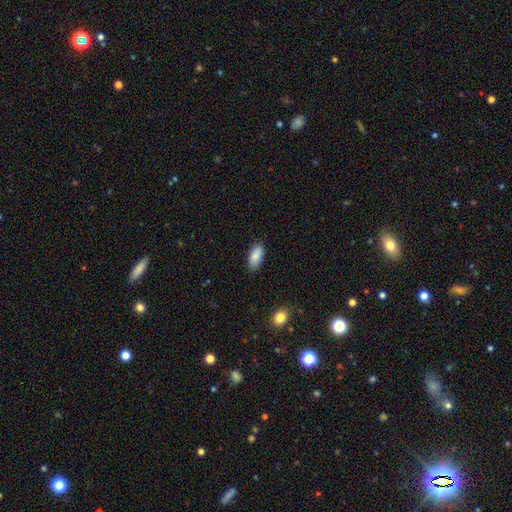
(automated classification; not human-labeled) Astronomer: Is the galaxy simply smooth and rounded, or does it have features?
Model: smooth — 87%.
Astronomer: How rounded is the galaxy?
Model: in between — 91%.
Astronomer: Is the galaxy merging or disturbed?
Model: none — 81%.